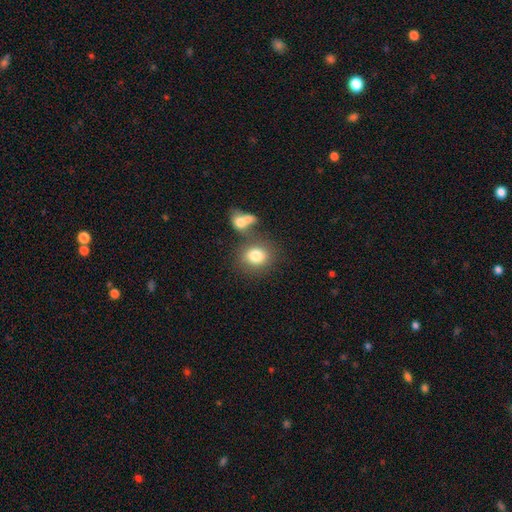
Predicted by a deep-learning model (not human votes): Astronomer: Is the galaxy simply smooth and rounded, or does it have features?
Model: smooth — 81%.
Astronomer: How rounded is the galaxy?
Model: round — 67%.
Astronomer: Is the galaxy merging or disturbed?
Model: none — 66%.